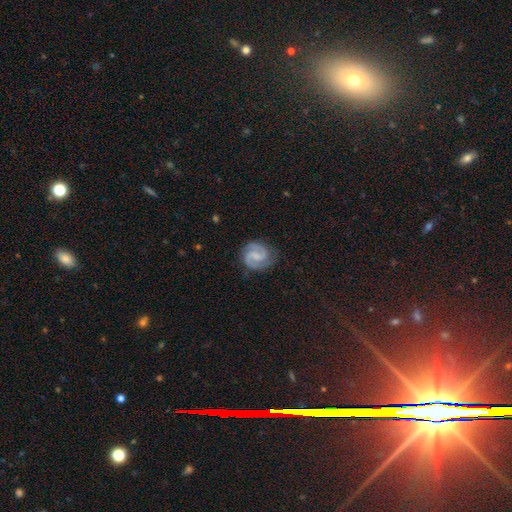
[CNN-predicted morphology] This is clearly a featured or disk galaxy (87%). It is clearly not viewed edge-on (98%). Bar: possibly weak (53%). Spiral arm pattern: clearly yes (98%). Spiral arm count: clearly 2 (93%). Spiral winding: possibly medium (54%). Central bulge: marginally none (42%). Merging: clearly none (82%).